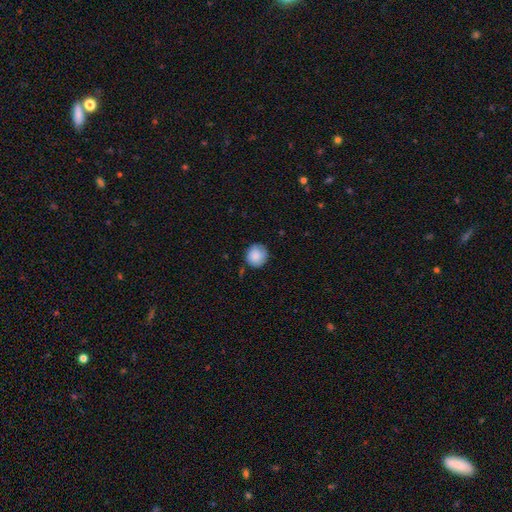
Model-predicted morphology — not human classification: Q: Smooth or featured?
A: smooth (87%); runner-up: star or artifact (7%)
Q: How rounded?
A: round (93%); runner-up: in between (6%)
Q: Merging?
A: none (81%); runner-up: minor disturbance (15%)